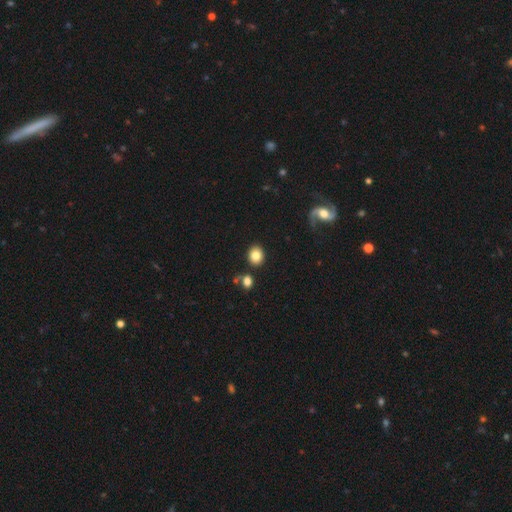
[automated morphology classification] type=smooth (83%); roundness=round (64%); merging=none (84%).